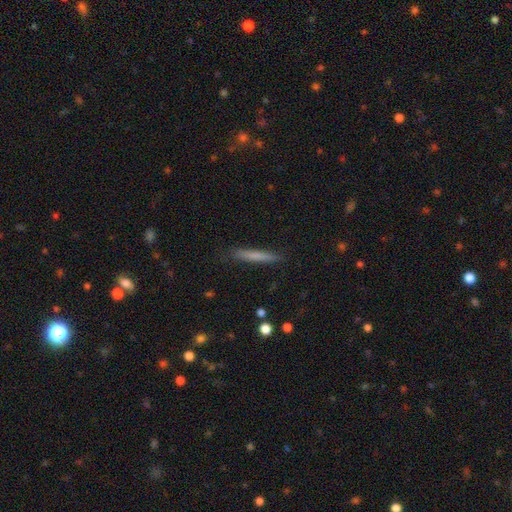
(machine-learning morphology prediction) The model was most divided on "smooth or featured": smooth: 72%, featured or disk: 22%, star or artifact: 7%. More confident: how rounded — cigar-shaped (96%); merging — none (88%).